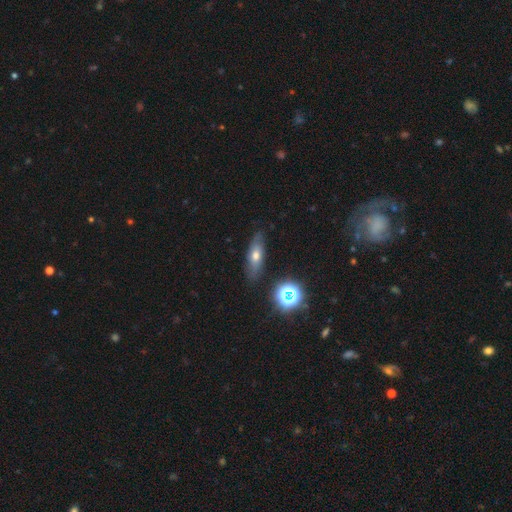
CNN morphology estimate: This appears to be a smooth galaxy with no disk features (56%) that is in between round and cigar-shaped (58%). Merging: none (82%).